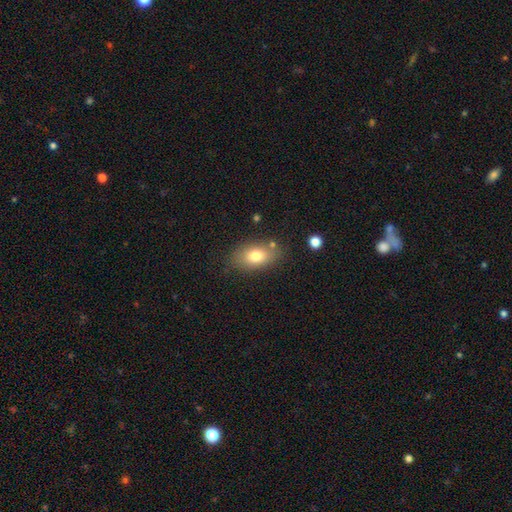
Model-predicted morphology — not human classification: A smooth galaxy with no disk features (77%) that is in between round and cigar-shaped (87%).

Vote fractions:
- Smooth or featured? smooth: 77% / featured or disk: 14% / star or artifact: 9%
- How rounded? in between: 87% / round: 11% / cigar-shaped: 2%
- Merging? none: 75% / minor disturbance: 15% / merger: 5% / major disturbance: 4%